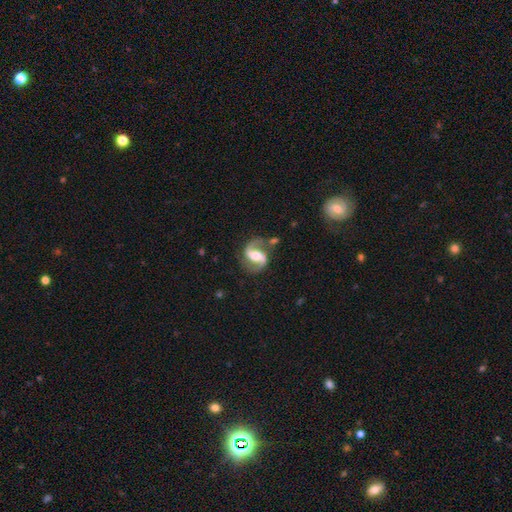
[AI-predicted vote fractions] smooth_or_featured: featured or disk (p=0.90) [alt: smooth p=0.05]
disk_edge_on: no (p=0.98) [alt: yes p=0.02]
bar: weak (p=0.37) [alt: strong p=0.36]
has_spiral_arms: yes (p=0.97) [alt: no p=0.03]
spiral_winding: medium (p=0.52) [alt: loose p=0.35]
spiral_arm_count: 2 (p=0.93) [alt: 1 p=0.02]
bulge_size: moderate (p=0.65) [alt: small p=0.20]
merging: none (p=0.74) [alt: minor disturbance p=0.15]